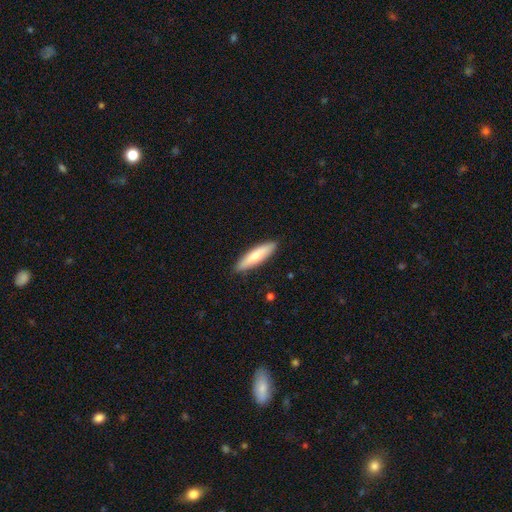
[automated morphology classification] Overall: smooth (71%). How rounded: cigar-shaped (72%). Merging: none (89%).